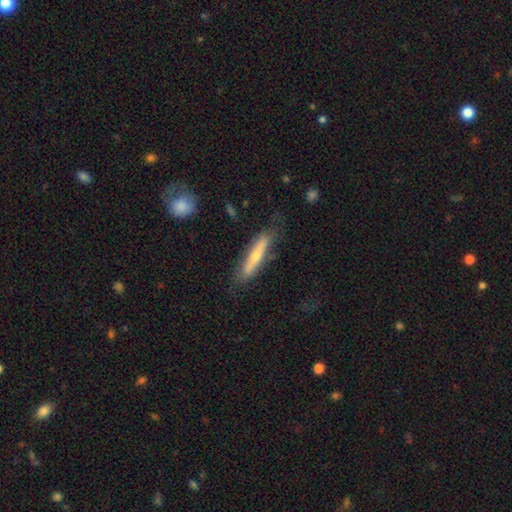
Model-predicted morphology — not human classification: Smooth or featured: smooth — 52% (featured or disk — 41%)
How rounded: cigar-shaped — 88% (in between — 10%)
Merging: none — 76% (minor disturbance — 17%)